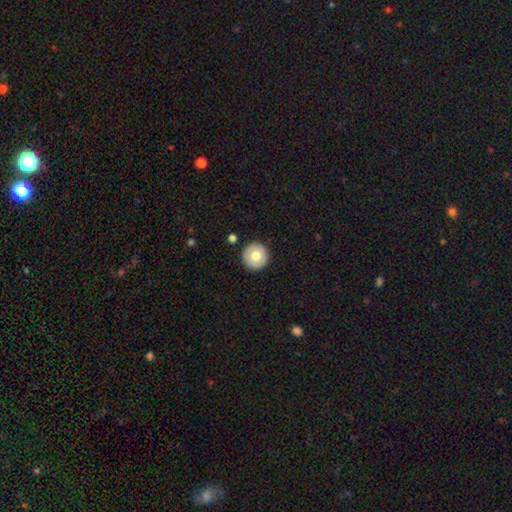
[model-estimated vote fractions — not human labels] A smooth galaxy with no disk features (71%) that is round (96%). Merging: none (91%).